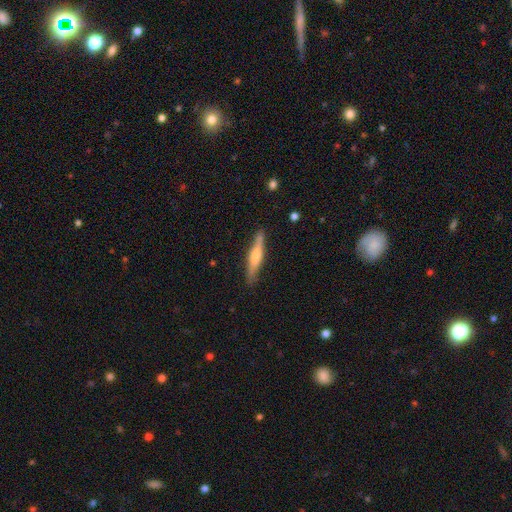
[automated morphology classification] Smooth or featured: featured or disk — 58% (smooth — 36%)
Edge-on disk: yes — 96% (no — 4%)
Edge-on bulge: rounded — 78% (boxy — 13%)
Merging: none — 87% (minor disturbance — 10%)